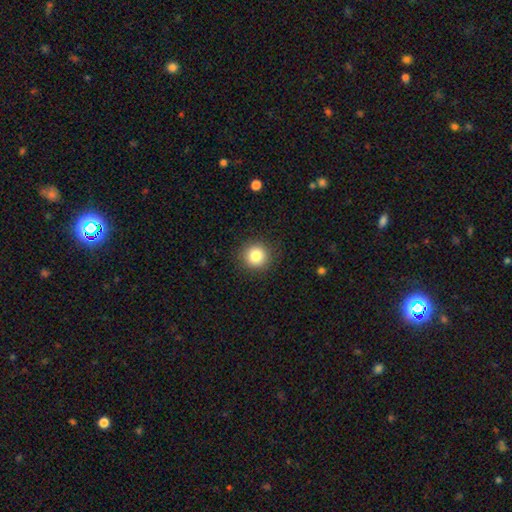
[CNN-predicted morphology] Overall: smooth (83%). How rounded: round (93%). Merging: none (90%).